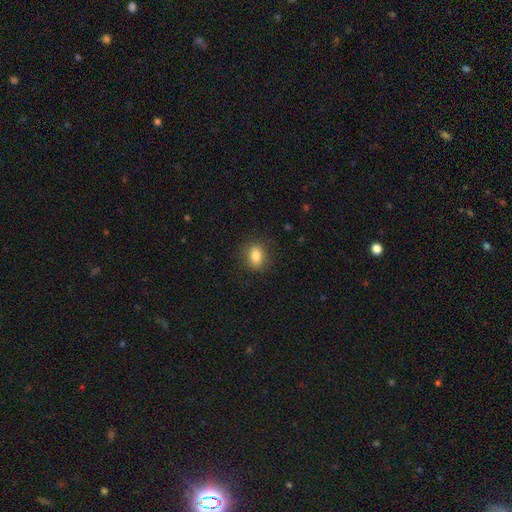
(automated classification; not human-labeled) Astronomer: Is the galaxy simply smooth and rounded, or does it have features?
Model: smooth — 84%.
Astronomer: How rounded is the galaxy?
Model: in between — 57% (runner-up: round, 41%).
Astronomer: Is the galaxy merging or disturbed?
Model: none — 86%.